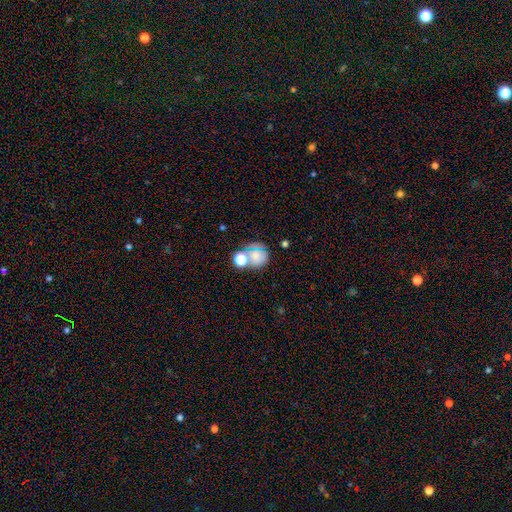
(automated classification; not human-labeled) Smooth or featured?
  - smooth: 65% *
  - featured or disk: 19%
  - star or artifact: 16%
How rounded?
  - round: 76% *
  - in between: 23%
  - cigar-shaped: 1%
Merging?
  - none: 41% *
  - merger: 36%
  - minor disturbance: 13%
  - major disturbance: 10%